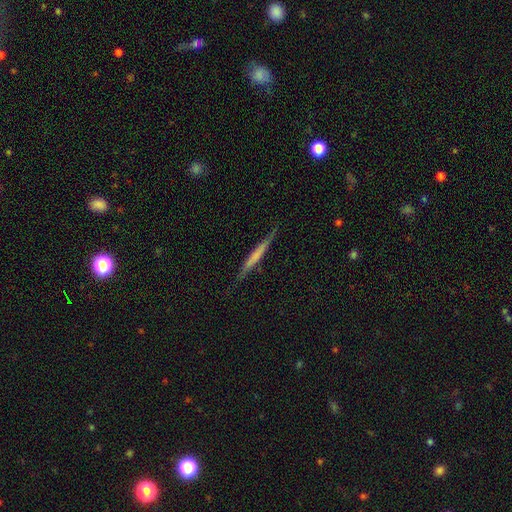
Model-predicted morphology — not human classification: Smooth or featured? Predicted: featured or disk (p=0.47, tied with smooth). Merging? Predicted: none (p=0.85).